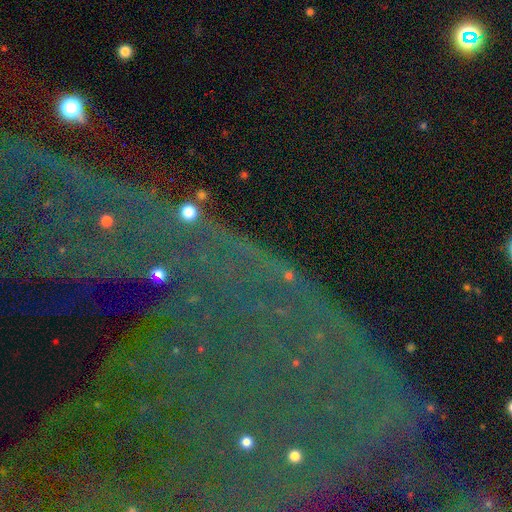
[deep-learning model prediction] Smooth or featured? Predicted: star or artifact (p=0.83).